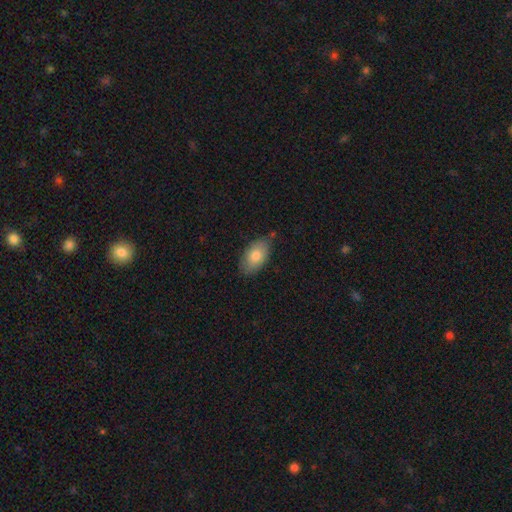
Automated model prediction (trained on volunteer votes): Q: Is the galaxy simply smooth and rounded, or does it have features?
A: smooth — 78%.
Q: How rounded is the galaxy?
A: in between — 92%.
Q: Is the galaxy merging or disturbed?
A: none — 75%.